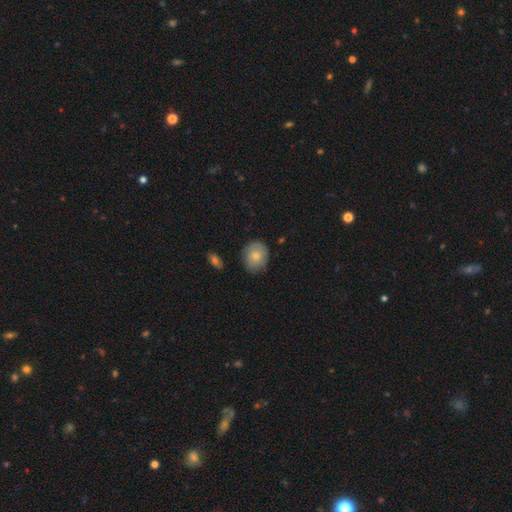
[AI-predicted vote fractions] smooth-or-featured: smooth: 73% | featured or disk: 19% | star or artifact: 7%
  how-rounded: round: 63% | in between: 36% | cigar-shaped: 1%
  merging: none: 80% | minor disturbance: 15% | major disturbance: 3% | merger: 2%